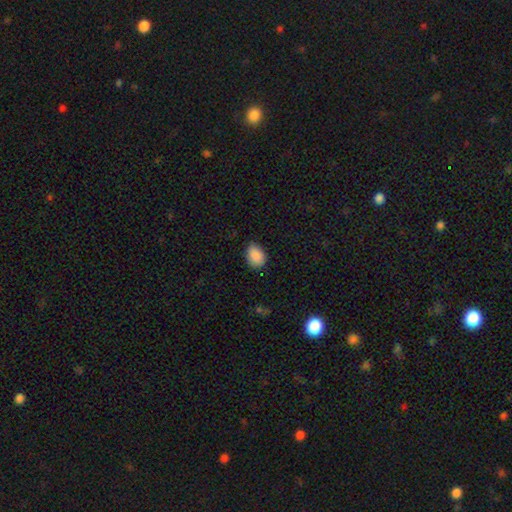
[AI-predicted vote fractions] A smooth galaxy with no disk features (89%) that is in between round and cigar-shaped (74%). Merging: none (75%).